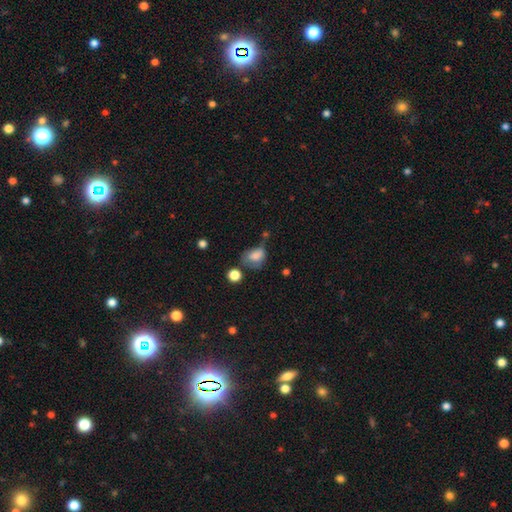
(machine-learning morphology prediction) Q: Smooth or featured?
A: smooth (74%); runner-up: featured or disk (15%)
Q: How rounded?
A: in between (64%); runner-up: round (34%)
Q: Merging?
A: none (34%); runner-up: minor disturbance (33%)